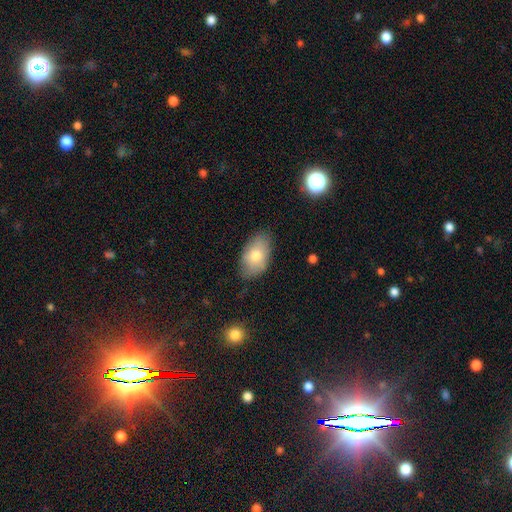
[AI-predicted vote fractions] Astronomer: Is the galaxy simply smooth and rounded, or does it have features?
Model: smooth — 74%.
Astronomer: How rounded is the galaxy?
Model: in between — 91%.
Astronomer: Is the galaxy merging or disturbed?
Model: none — 77%.